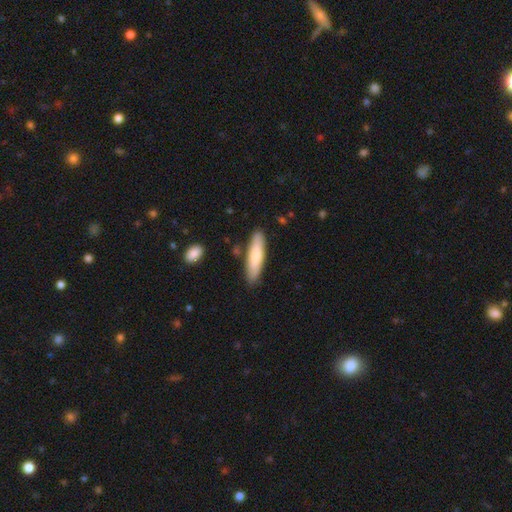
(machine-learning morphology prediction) A smooth galaxy with no disk features (74%) that is cigar-shaped (76%). Merging: none (84%).